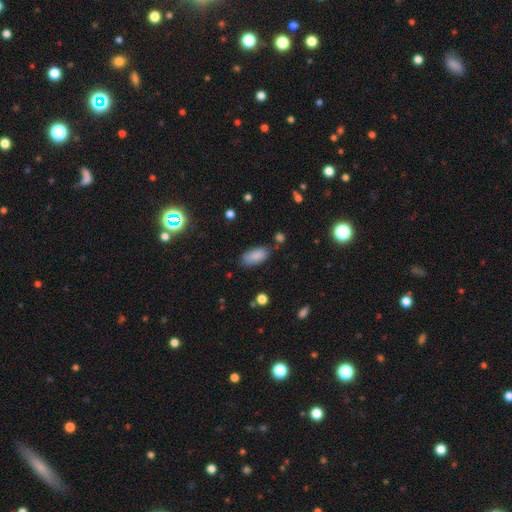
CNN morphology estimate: smooth_or_featured: smooth (p=0.87) [alt: star or artifact p=0.08]
how_rounded: in between (p=0.89) [alt: cigar-shaped p=0.09]
merging: none (p=0.74) [alt: minor disturbance p=0.18]